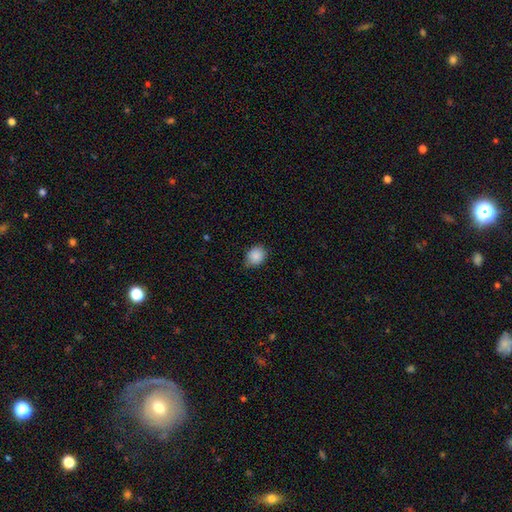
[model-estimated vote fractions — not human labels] A smooth galaxy with no disk features (88%) that is round (55%).

Vote fractions:
- Smooth or featured? smooth: 88% / star or artifact: 8% / featured or disk: 4%
- How rounded? round: 55% / in between: 44% / cigar-shaped: 1%
- Merging? none: 78% / minor disturbance: 18% / major disturbance: 3% / merger: 1%